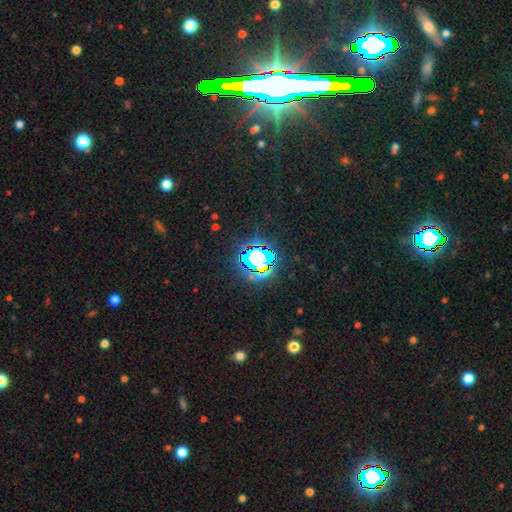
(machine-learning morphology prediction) This is likely a star or artifact rather than a galaxy (72%).